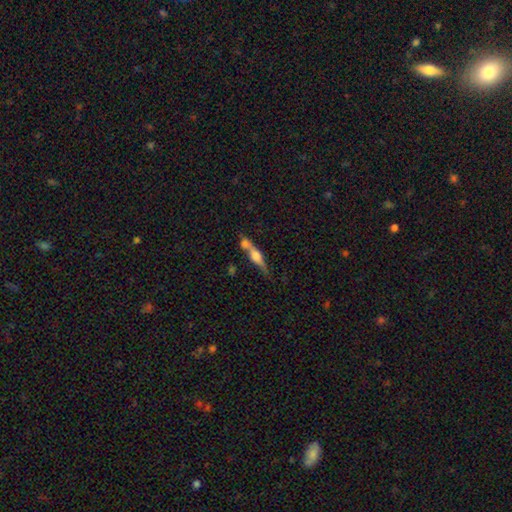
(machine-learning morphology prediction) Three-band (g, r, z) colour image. It shows a featured or disk galaxy (55%) viewed edge-on (88%). Merging: none (42%).